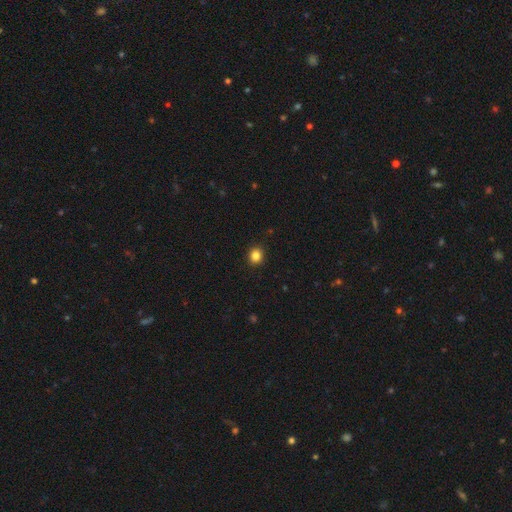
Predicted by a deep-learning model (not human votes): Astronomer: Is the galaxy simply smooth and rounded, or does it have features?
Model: smooth — 85%.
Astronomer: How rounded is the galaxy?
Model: round — 79%.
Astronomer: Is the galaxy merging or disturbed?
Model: none — 92%.